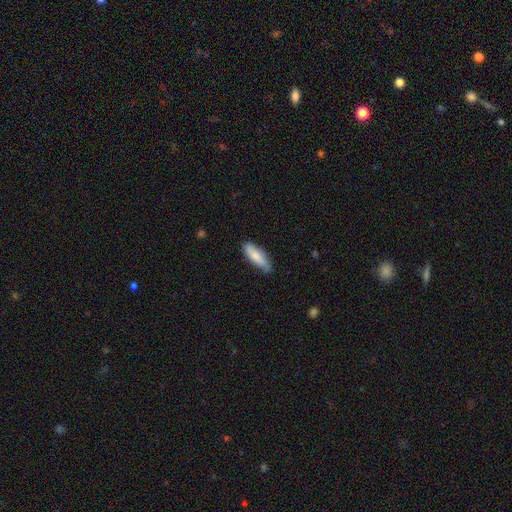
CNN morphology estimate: Smooth or featured? Predicted: smooth (p=0.79). How rounded? Predicted: in between (p=0.55). Merging? Predicted: none (p=0.76).